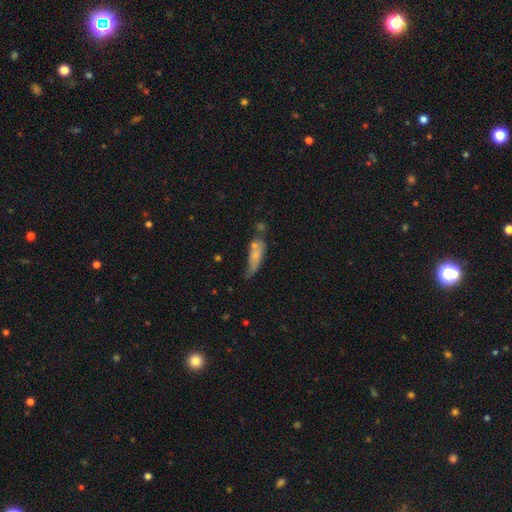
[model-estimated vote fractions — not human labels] smooth_or_featured: smooth (p=0.67) [alt: featured or disk p=0.24]
how_rounded: in between (p=0.49) [alt: cigar-shaped p=0.48]
merging: none (p=0.32) [alt: minor disturbance p=0.27]